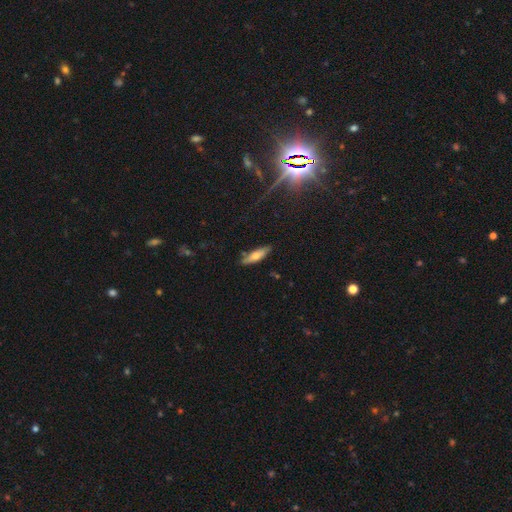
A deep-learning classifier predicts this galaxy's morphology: A smooth galaxy with no disk features (63%) that is cigar-shaped (63%). Merging: none (81%).